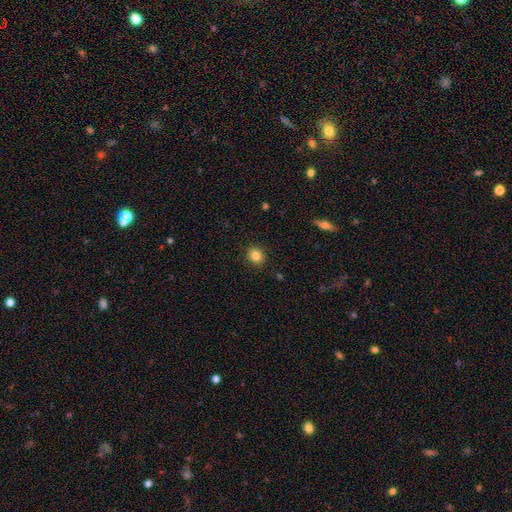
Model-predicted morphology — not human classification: The model was most divided on "how rounded": round: 75%, in between: 24%, cigar-shaped: 1%. More confident: merging — none (90%); smooth or featured — smooth (84%).